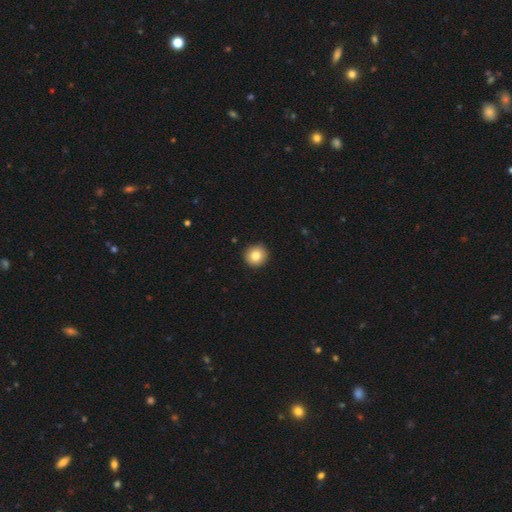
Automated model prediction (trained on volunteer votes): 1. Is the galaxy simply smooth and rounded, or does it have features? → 82% smooth, 9% star or artifact, 8% featured or disk.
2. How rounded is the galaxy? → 94% round, 5% in between, 1% cigar-shaped.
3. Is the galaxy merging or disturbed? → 92% none, 5% minor disturbance, 1% major disturbance, 1% merger.